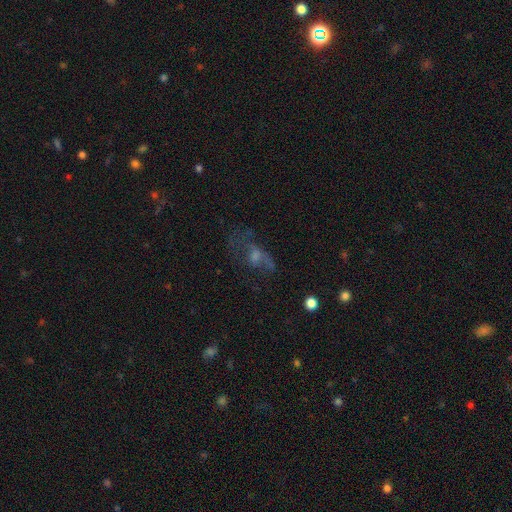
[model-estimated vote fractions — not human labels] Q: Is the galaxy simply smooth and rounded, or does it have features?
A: featured or disk — 45%.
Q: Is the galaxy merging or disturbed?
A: none — 40%.